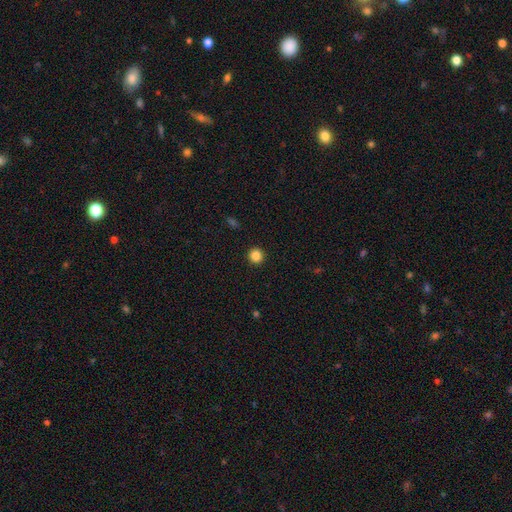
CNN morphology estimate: This is clearly a smooth galaxy (85%). How rounded: clearly round (94%). Merging: clearly none (93%).